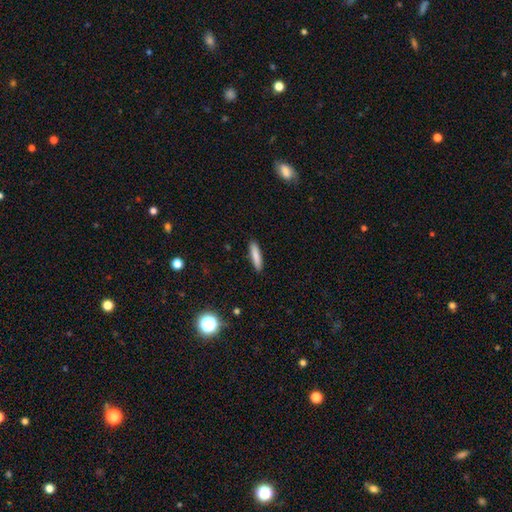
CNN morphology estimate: smooth_or_featured: smooth (p=0.83) [alt: featured or disk p=0.10]
how_rounded: cigar-shaped (p=0.82) [alt: in between p=0.16]
merging: none (p=0.90) [alt: minor disturbance p=0.07]